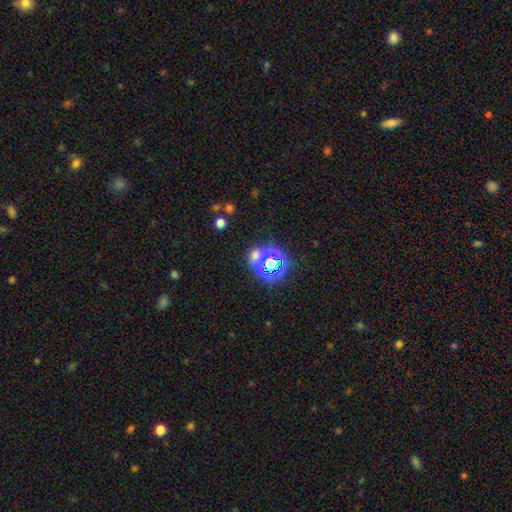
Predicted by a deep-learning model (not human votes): Smooth or featured? Predicted: star or artifact (p=0.56).